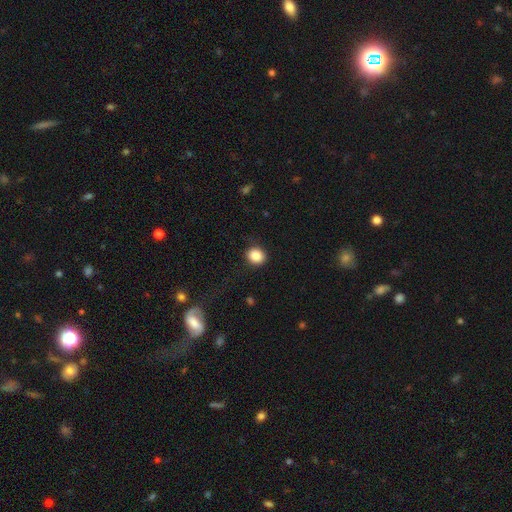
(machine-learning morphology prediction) Smooth or featured? Predicted: smooth (p=0.87). How rounded? Predicted: round (p=0.73). Merging? Predicted: none (p=0.85).